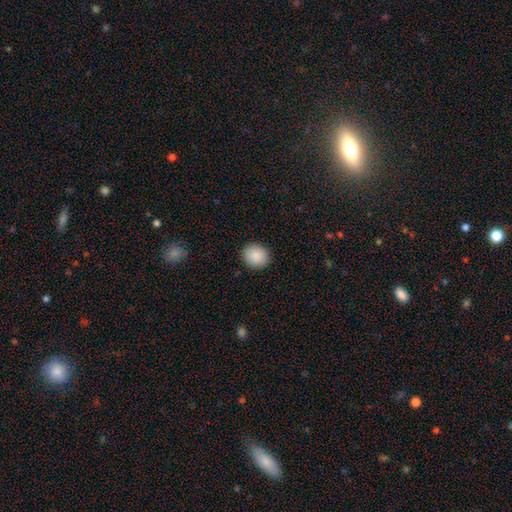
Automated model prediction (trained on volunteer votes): A smooth galaxy with no disk features (90%) that is round (76%).

Vote fractions:
- Smooth or featured? smooth: 90% / star or artifact: 7% / featured or disk: 3%
- How rounded? round: 76% / in between: 23% / cigar-shaped: 1%
- Merging? none: 91% / minor disturbance: 6% / major disturbance: 2% / merger: 1%